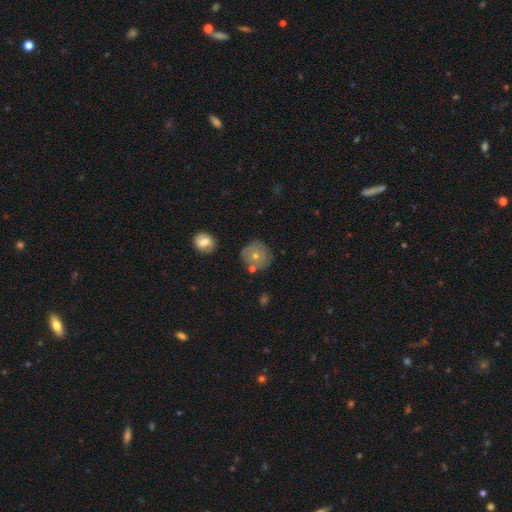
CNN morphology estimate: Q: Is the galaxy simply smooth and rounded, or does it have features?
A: smooth — 60%.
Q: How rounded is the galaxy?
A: round — 89%.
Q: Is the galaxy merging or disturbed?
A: none — 69%.